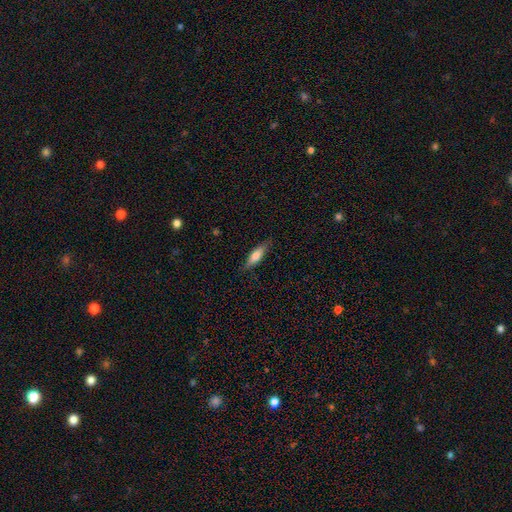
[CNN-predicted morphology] Smooth or featured: smooth — 64% (featured or disk — 29%)
How rounded: cigar-shaped — 59% (in between — 38%)
Merging: none — 83% (minor disturbance — 13%)